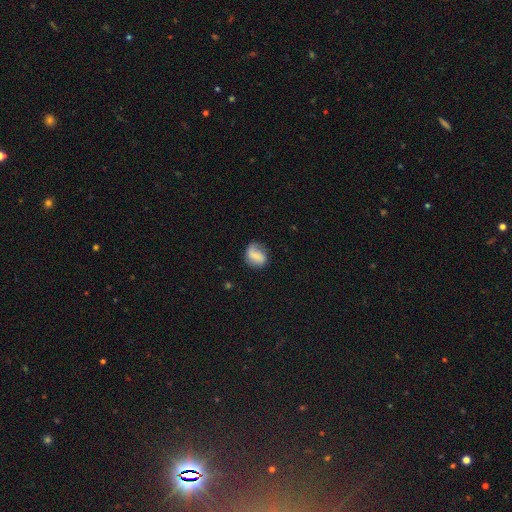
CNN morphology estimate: Smooth or featured? Predicted: smooth (p=0.48). Merging? Predicted: none (p=0.64).